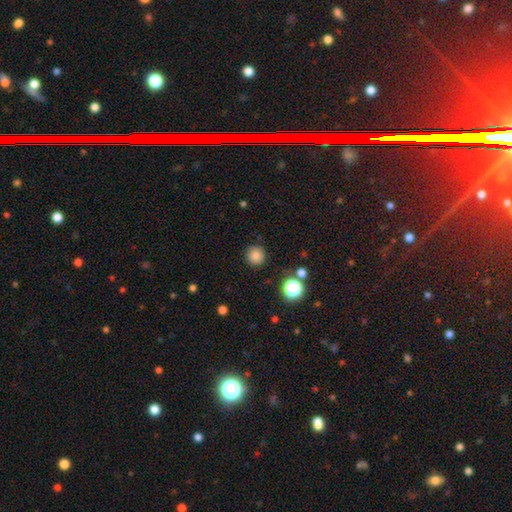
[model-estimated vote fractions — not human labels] Smooth or featured: smooth — 82% (star or artifact — 13%)
How rounded: round — 94% (in between — 5%)
Merging: none — 87% (minor disturbance — 8%)